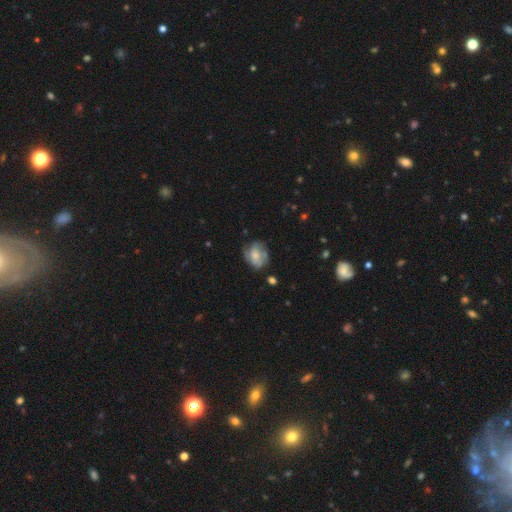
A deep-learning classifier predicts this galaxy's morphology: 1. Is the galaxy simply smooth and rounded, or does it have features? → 46% smooth, 45% featured or disk, 8% star or artifact.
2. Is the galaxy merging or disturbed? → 54% none, 28% minor disturbance, 15% major disturbance, 3% merger.